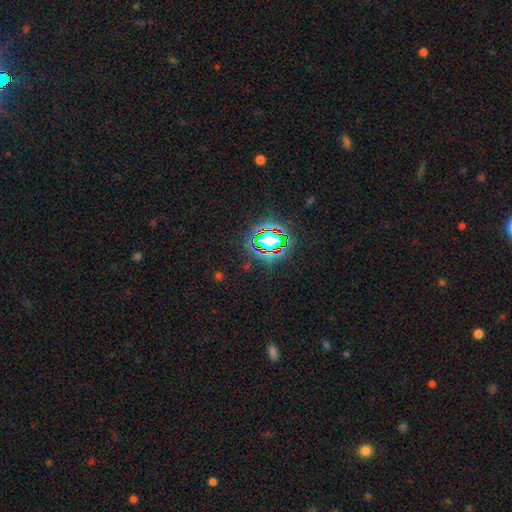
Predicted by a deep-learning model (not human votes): This appears to be a star or artifact, not a galaxy (81%).